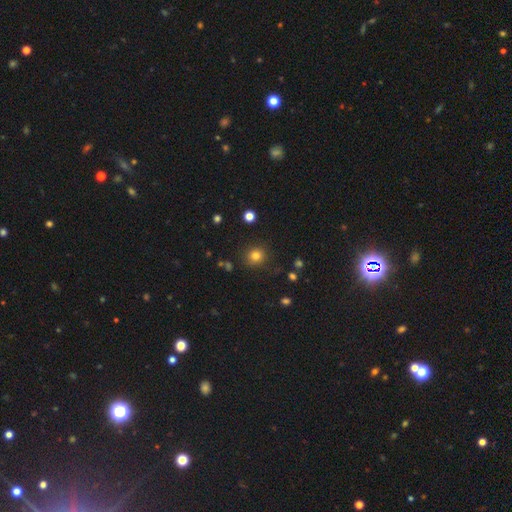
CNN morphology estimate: The model was most divided on "smooth or featured": smooth: 80%, star or artifact: 14%, featured or disk: 6%. More confident: how rounded — round (88%); merging — none (86%).